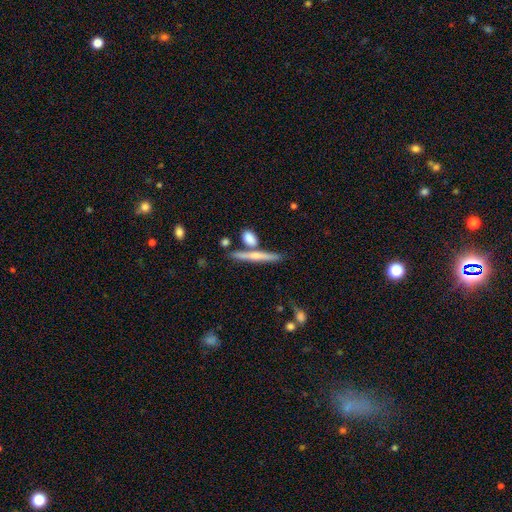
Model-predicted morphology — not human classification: The model was most divided on "smooth or featured": featured or disk: 51%, smooth: 41%, star or artifact: 7%. More confident: edge-on disk — yes (94%); merging — none (70%).